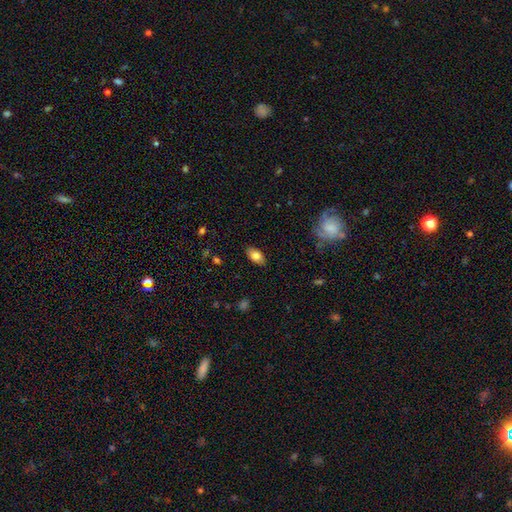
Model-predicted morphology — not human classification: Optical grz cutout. It shows a smooth galaxy with no disk features (80%) that is in between round and cigar-shaped (91%). Merging: none (85%).